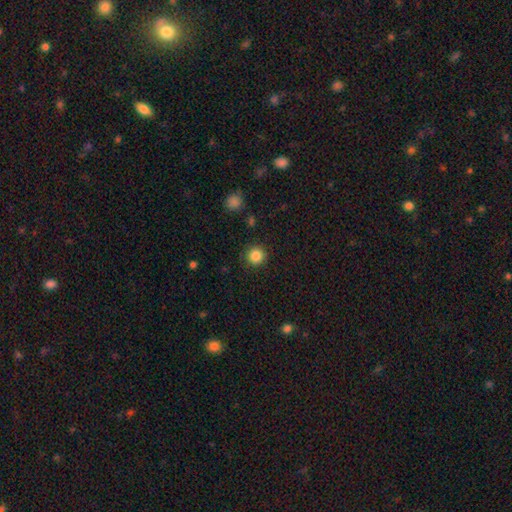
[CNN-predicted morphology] This appears to be a smooth galaxy with no disk features (85%) that is round (94%). Merging: none (90%).